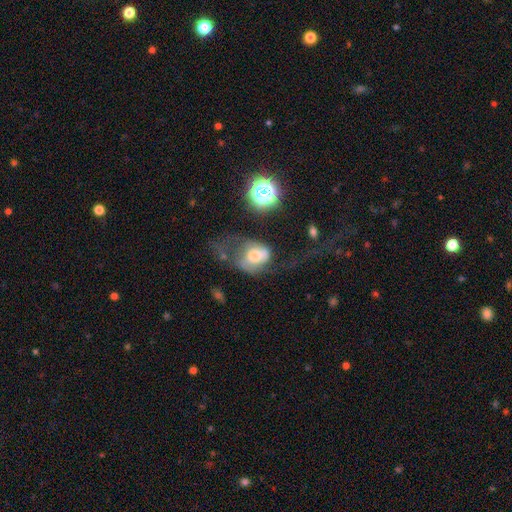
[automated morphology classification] Smooth or featured? Predicted: smooth (p=0.49). Merging? Predicted: major disturbance (p=0.57).